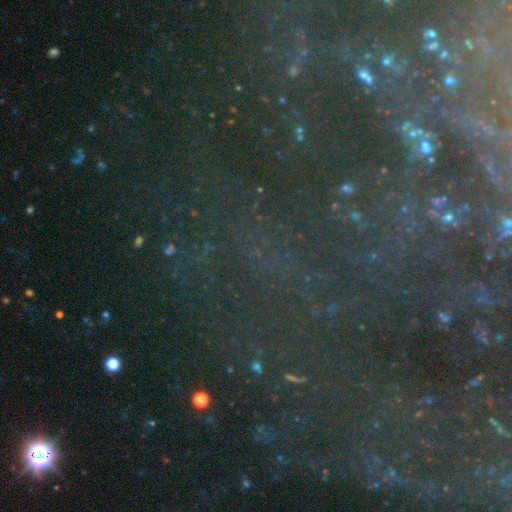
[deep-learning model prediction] smooth_or_featured: star or artifact (p=0.78) [alt: smooth p=0.12]